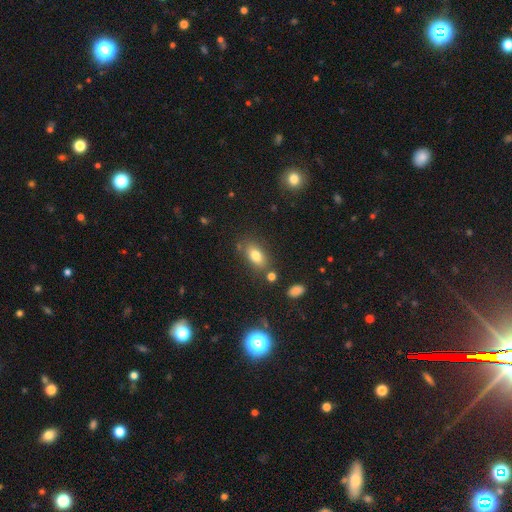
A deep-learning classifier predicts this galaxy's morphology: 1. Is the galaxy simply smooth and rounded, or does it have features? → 77% smooth, 12% featured or disk, 11% star or artifact.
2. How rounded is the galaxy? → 85% in between, 9% round, 6% cigar-shaped.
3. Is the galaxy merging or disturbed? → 75% none, 14% minor disturbance, 8% merger, 4% major disturbance.